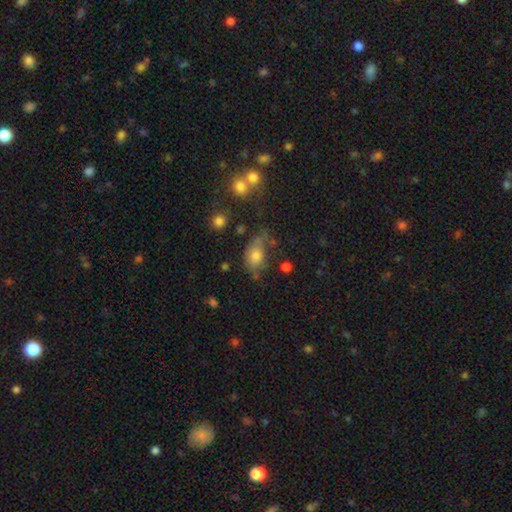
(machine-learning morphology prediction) smooth-or-featured: smooth: 71% | featured or disk: 16% | star or artifact: 13%
  how-rounded: in between: 79% | round: 18% | cigar-shaped: 3%
  merging: none: 40% | minor disturbance: 30% | major disturbance: 20% | merger: 10%